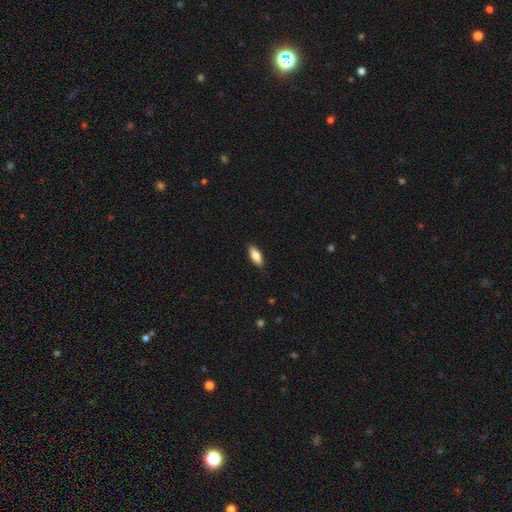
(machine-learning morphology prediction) This is clearly a smooth galaxy (81%). How rounded: likely in between (77%). Merging: clearly none (87%).